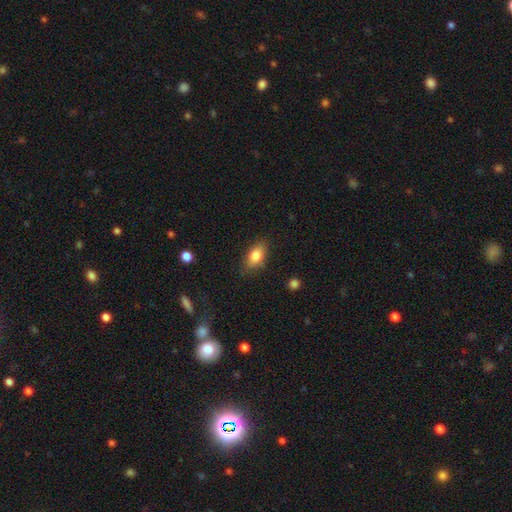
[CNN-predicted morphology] smooth 81%, featured or disk 11%, star or artifact 8%. Down the decision tree: how rounded — in between (86%); merging — none (81%).